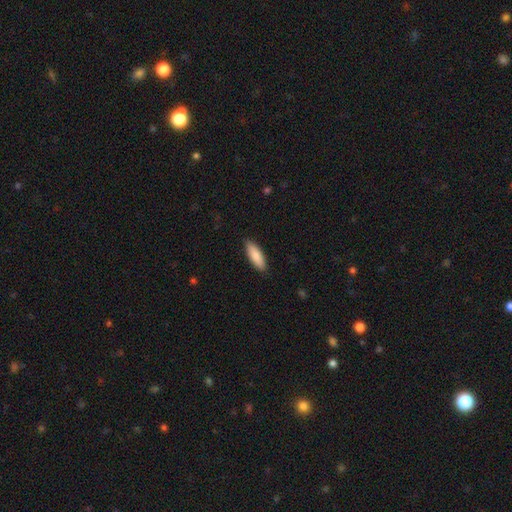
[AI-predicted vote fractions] Overall: smooth (86%). How rounded: in between (60%; cigar-shaped 38%). Merging: none (88%).